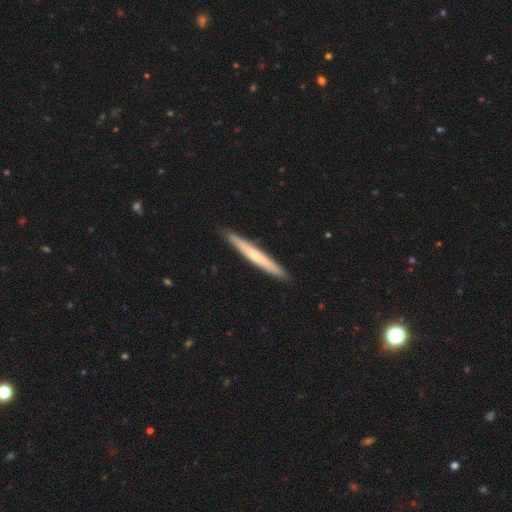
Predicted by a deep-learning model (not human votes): Smooth or featured: smooth — 50% (featured or disk — 45%)
How rounded: cigar-shaped — 96% (in between — 2%)
Merging: none — 91% (minor disturbance — 7%)